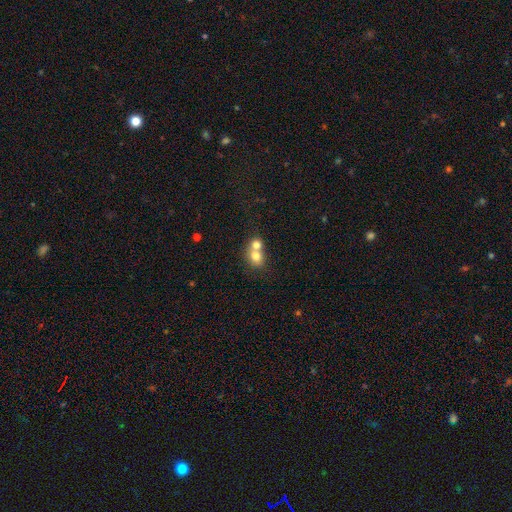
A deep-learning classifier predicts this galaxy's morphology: smooth 75%, featured or disk 15%, star or artifact 10%. Down the decision tree: how rounded — round (66%); merging — merger (65%).